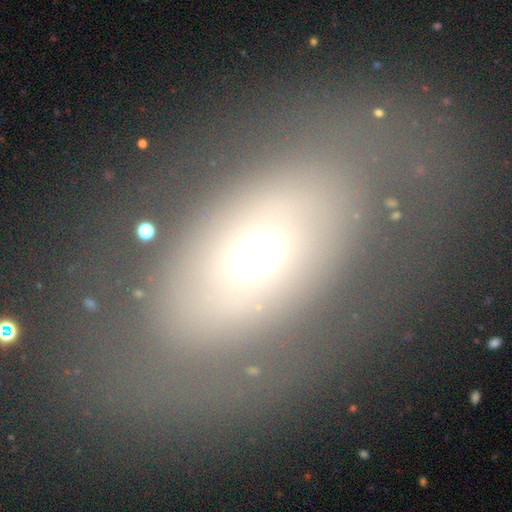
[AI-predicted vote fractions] Smooth or featured? smooth (52%)
How rounded? in between (74%)
Merging? none (56%)